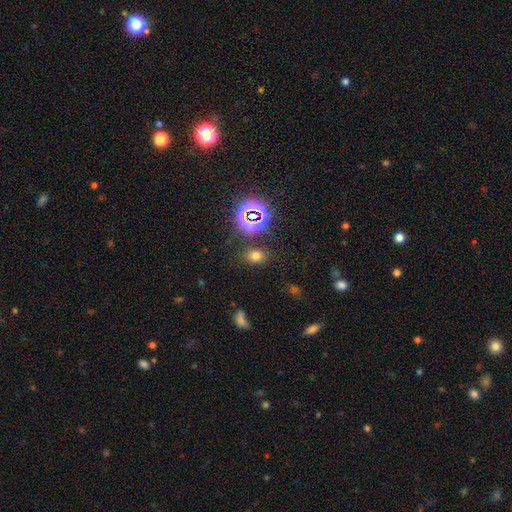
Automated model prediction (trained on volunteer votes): smooth_or_featured: smooth (p=0.66) [alt: star or artifact p=0.26]
how_rounded: in between (p=0.67) [alt: round p=0.32]
merging: none (p=0.82) [alt: minor disturbance p=0.10]